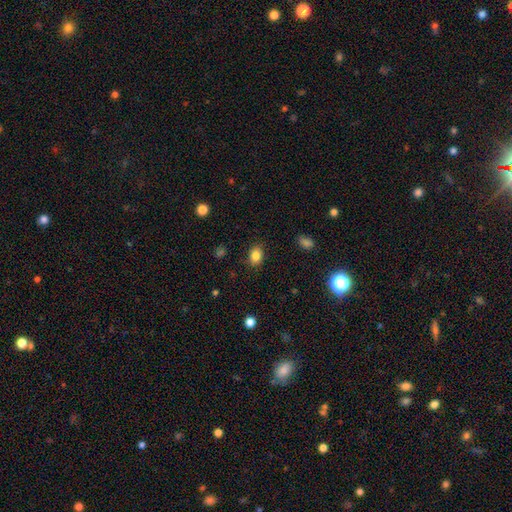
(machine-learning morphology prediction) Q: Smooth or featured?
A: smooth (84%); runner-up: star or artifact (10%)
Q: How rounded?
A: in between (69%); runner-up: round (30%)
Q: Merging?
A: none (85%); runner-up: minor disturbance (11%)